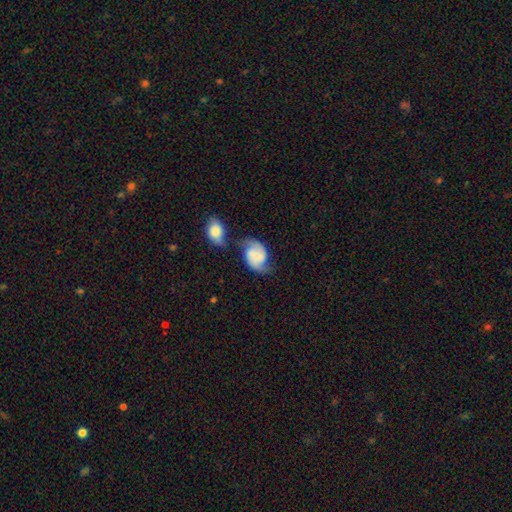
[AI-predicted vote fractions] This appears to be a featured or disk galaxy (57%) with no bar (62%), 2 (89%) loose (43%) spiral arms (90%) and no central bulge (55%). Merging: none (40%).